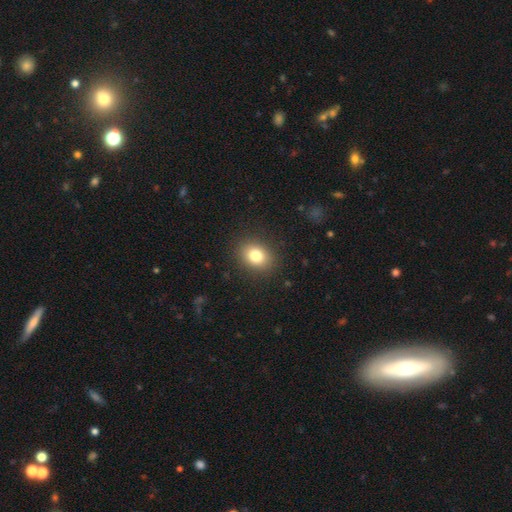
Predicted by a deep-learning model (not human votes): Smooth or featured? Predicted: smooth (p=0.80). How rounded? Predicted: in between (p=0.50). Merging? Predicted: none (p=0.88).